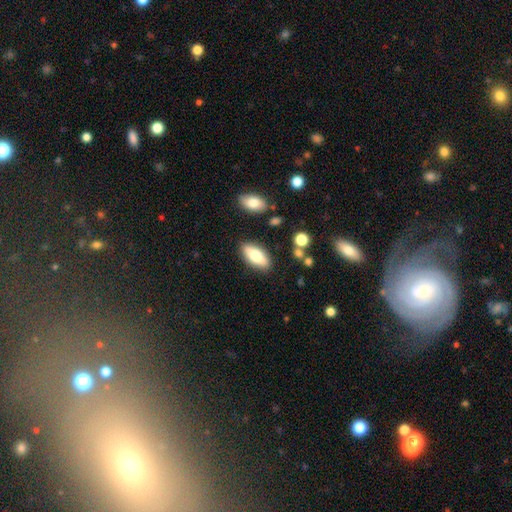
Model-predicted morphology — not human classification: A smooth galaxy with no disk features (70%) that is in between round and cigar-shaped (79%).

Vote fractions:
- Smooth or featured? smooth: 70% / featured or disk: 24% / star or artifact: 6%
- How rounded? in between: 79% / cigar-shaped: 19% / round: 3%
- Merging? none: 85% / minor disturbance: 10% / merger: 3% / major disturbance: 2%